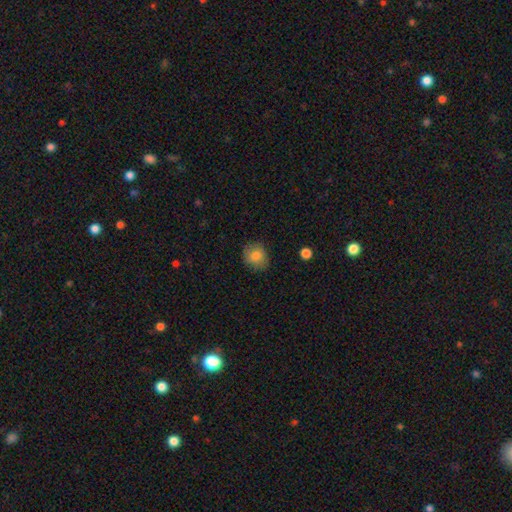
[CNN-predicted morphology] Smooth or featured? Predicted: smooth (p=0.81). How rounded? Predicted: round (p=0.74). Merging? Predicted: none (p=0.81).